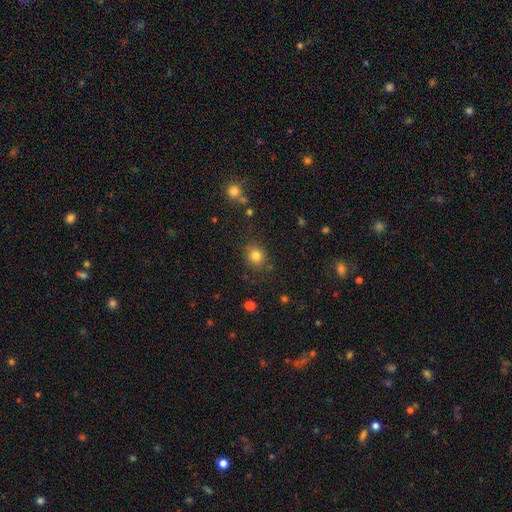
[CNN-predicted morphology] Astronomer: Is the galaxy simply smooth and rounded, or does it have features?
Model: smooth — 82%.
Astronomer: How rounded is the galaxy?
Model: round — 75%.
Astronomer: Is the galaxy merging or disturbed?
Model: none — 82%.